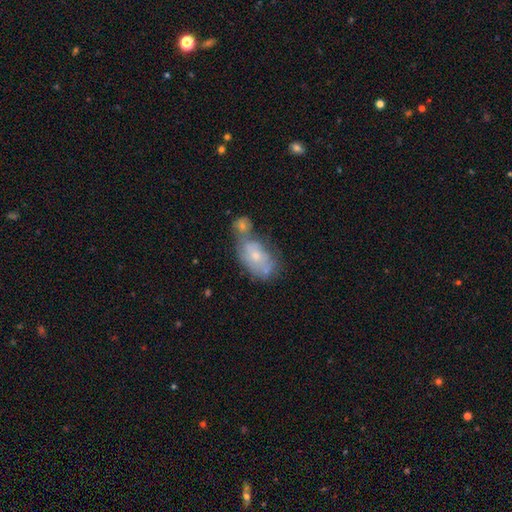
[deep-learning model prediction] A featured or disk galaxy (46%). Merging: merger (49%).